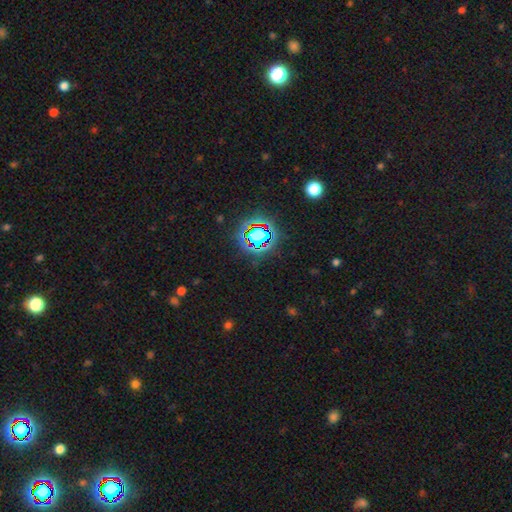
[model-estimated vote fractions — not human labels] Smooth or featured?
  - star or artifact: 78% *
  - smooth: 14%
  - featured or disk: 8%